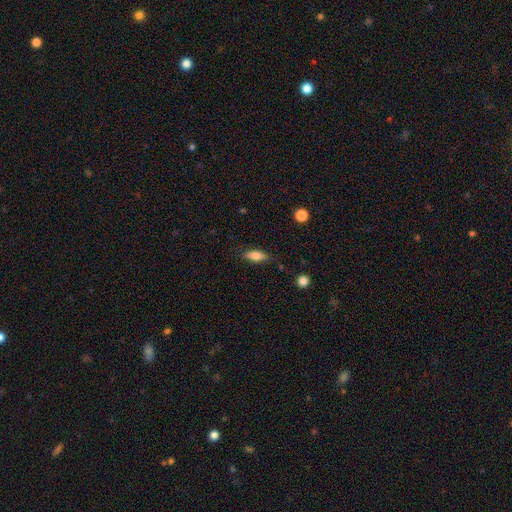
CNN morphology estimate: Overall: smooth (75%). How rounded: in between (75%). Merging: none (80%).